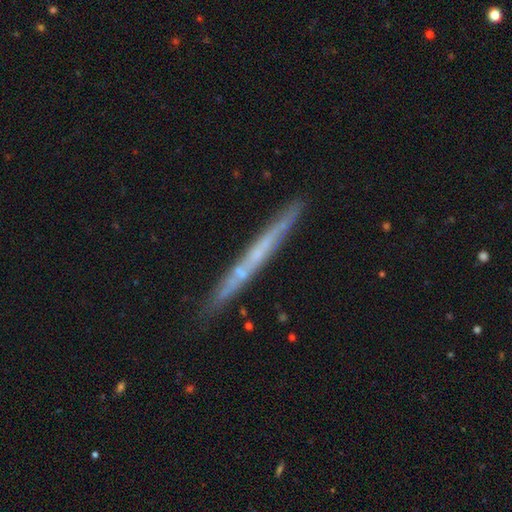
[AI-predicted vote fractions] A featured or disk galaxy (61%) viewed edge-on (95%) with no central bulge (82%). Merging: none (87%).